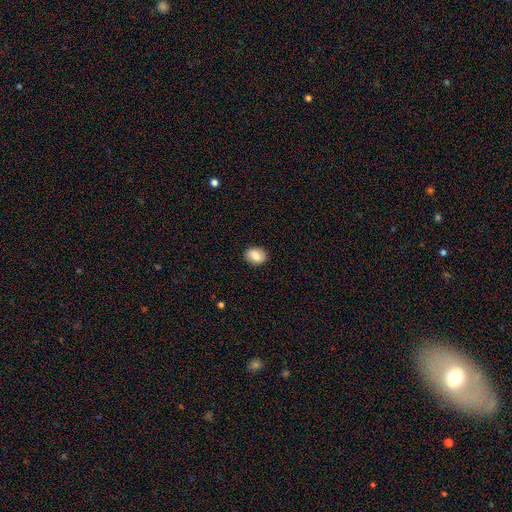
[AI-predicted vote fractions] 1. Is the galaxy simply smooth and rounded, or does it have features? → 82% smooth, 11% featured or disk, 8% star or artifact.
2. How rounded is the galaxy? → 60% in between, 39% round, 1% cigar-shaped.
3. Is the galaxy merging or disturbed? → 89% none, 8% minor disturbance, 2% major disturbance, 1% merger.